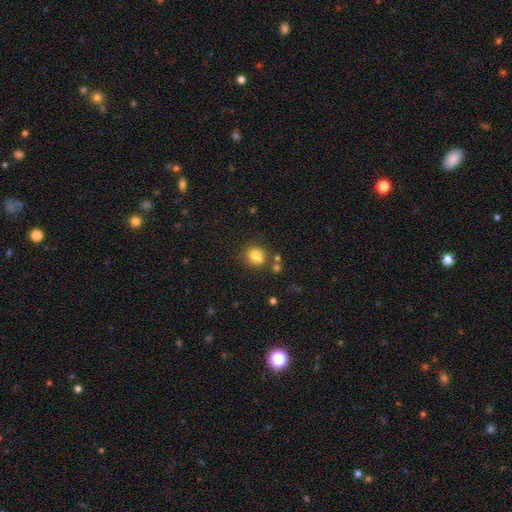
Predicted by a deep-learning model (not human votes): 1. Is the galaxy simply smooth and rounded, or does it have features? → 81% smooth, 11% star or artifact, 8% featured or disk.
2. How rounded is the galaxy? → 68% round, 31% in between, 1% cigar-shaped.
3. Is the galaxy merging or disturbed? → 66% none, 16% minor disturbance, 14% merger, 5% major disturbance.